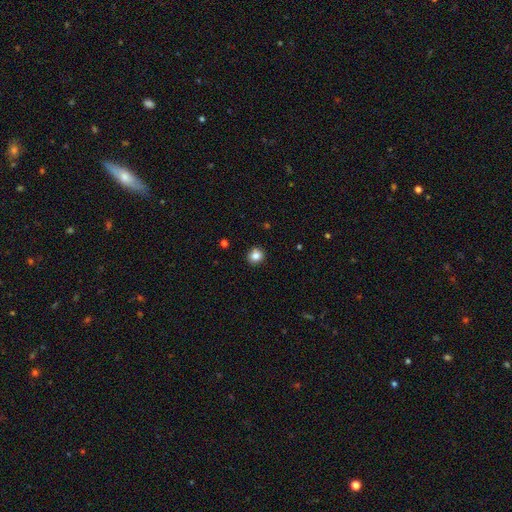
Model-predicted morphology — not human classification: Smooth or featured: smooth — 84% (star or artifact — 11%)
How rounded: round — 88% (in between — 11%)
Merging: none — 90% (minor disturbance — 7%)